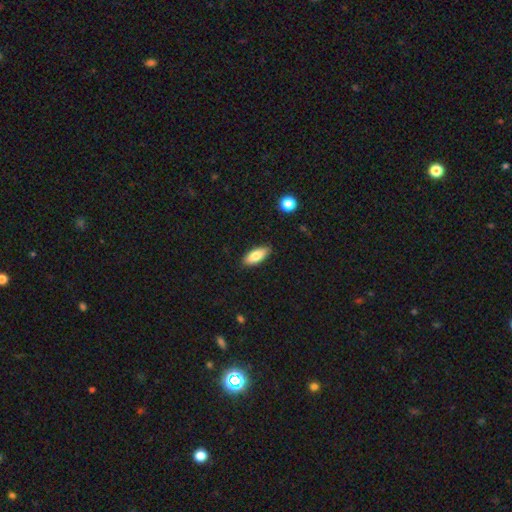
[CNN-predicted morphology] smooth 81%, featured or disk 12%, star or artifact 6%. Down the decision tree: how rounded — in between (82%); merging — none (87%).